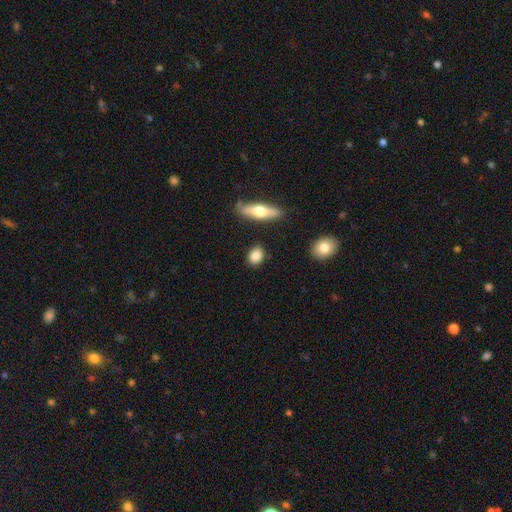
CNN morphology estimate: Q: Smooth or featured?
A: smooth (84%); runner-up: featured or disk (9%)
Q: How rounded?
A: in between (60%); runner-up: round (36%)
Q: Merging?
A: none (85%); runner-up: minor disturbance (10%)